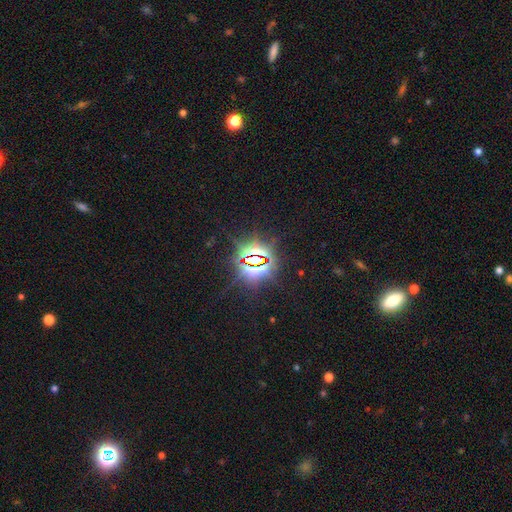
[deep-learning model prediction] A star or artifact, not a galaxy (83%).

Vote fractions:
- Smooth or featured? star or artifact: 83% / smooth: 10% / featured or disk: 8%